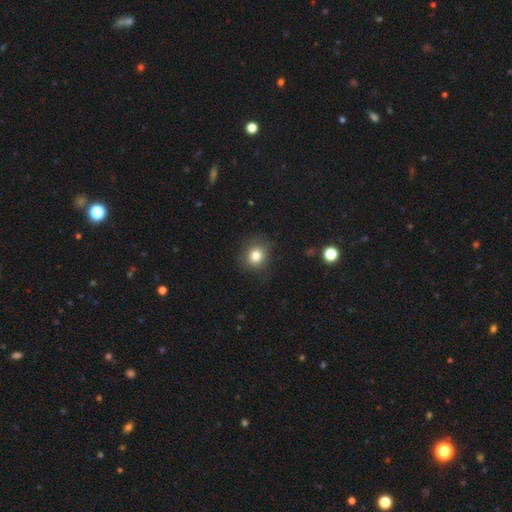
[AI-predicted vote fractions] smooth 81%, star or artifact 11%, featured or disk 8%. Down the decision tree: how rounded — round (79%); merging — none (82%).